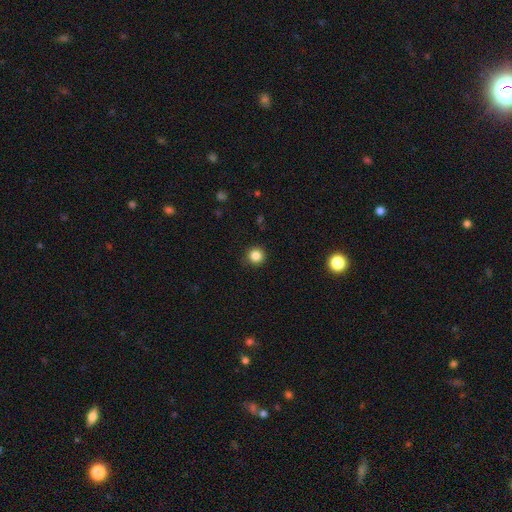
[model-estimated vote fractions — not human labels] smooth_or_featured: smooth (p=0.84) [alt: star or artifact p=0.11]
how_rounded: round (p=0.95) [alt: in between p=0.04]
merging: none (p=0.91) [alt: minor disturbance p=0.06]